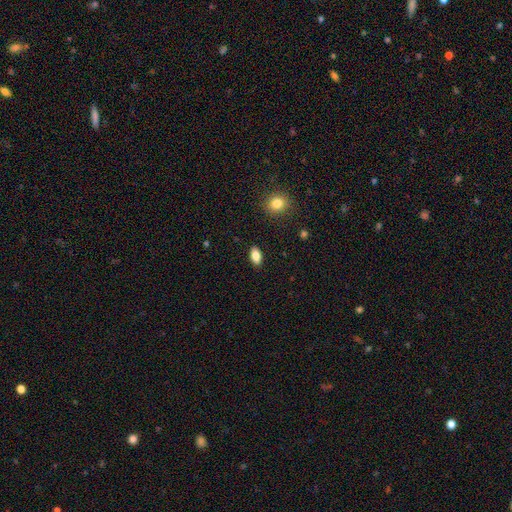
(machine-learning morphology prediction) Smooth or featured? smooth (85%)
How rounded? in between (91%)
Merging? none (89%)